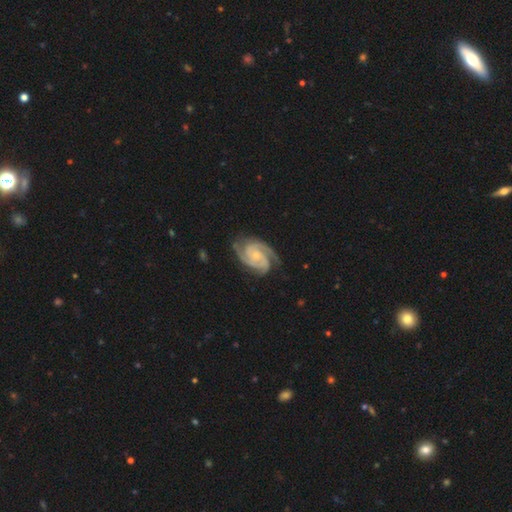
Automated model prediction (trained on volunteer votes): The model was most divided on "spiral arm count": 3: 45%, 2: 38%, 4: 6%, can't tell: 4%, 1: 3%, more than 4: 3%. More confident: spiral arms — yes (99%); edge-on disk — no (98%); smooth or featured — featured or disk (93%); merging — none (78%); bulge size — small (66%); bar — no (65%); spiral winding — tight (63%).